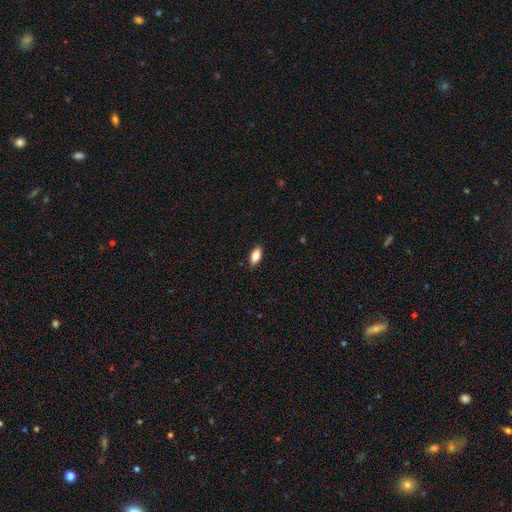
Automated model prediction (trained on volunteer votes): This appears to be a smooth galaxy with no disk features (84%) that is in between round and cigar-shaped (88%). Merging: none (88%).